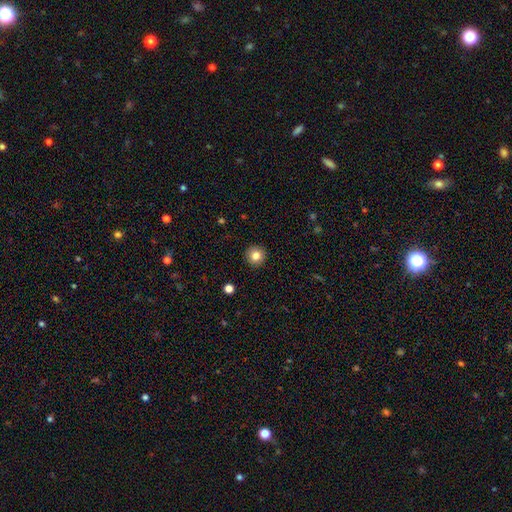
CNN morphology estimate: smooth 82%, star or artifact 10%, featured or disk 8%. Down the decision tree: how rounded — round (95%); merging — none (92%).